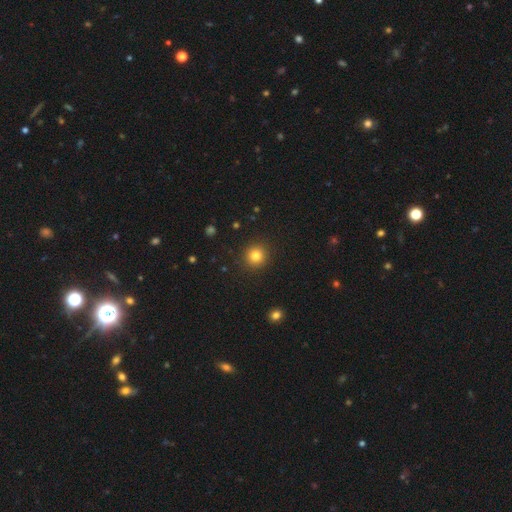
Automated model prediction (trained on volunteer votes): A smooth galaxy with no disk features (82%) that is round (92%).

Vote fractions:
- Smooth or featured? smooth: 82% / star or artifact: 12% / featured or disk: 6%
- How rounded? round: 92% / in between: 7% / cigar-shaped: 1%
- Merging? none: 91% / minor disturbance: 6% / major disturbance: 2% / merger: 1%